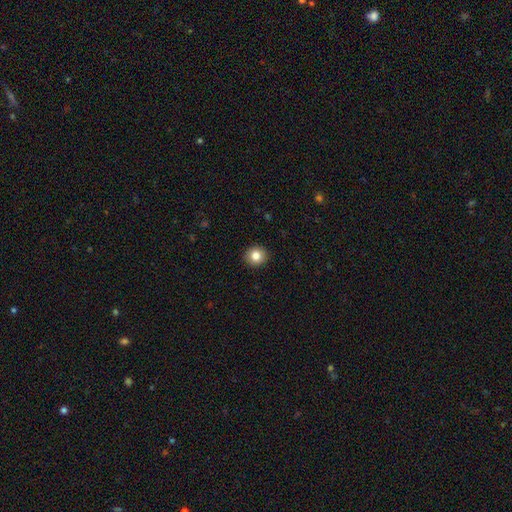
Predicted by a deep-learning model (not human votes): Overall: smooth (83%). How rounded: round (89%). Merging: none (93%).